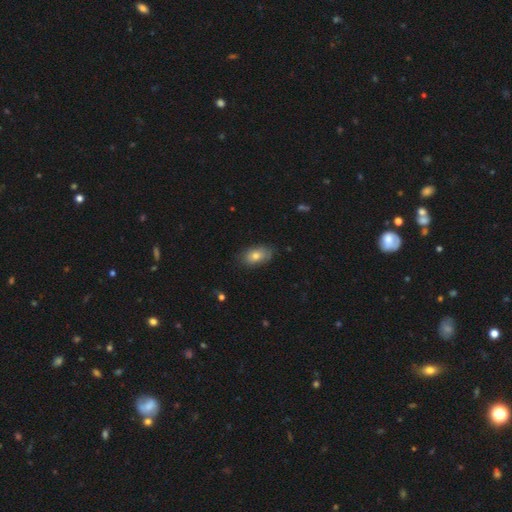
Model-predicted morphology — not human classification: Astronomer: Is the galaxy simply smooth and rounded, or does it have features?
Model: smooth — 74%.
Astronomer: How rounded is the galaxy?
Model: in between — 91%.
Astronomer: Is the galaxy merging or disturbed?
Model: none — 73%.